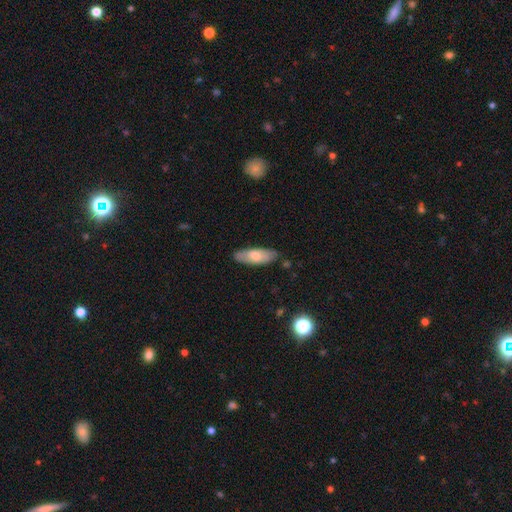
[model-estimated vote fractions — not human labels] This appears to be a smooth galaxy with no disk features (68%) that is in between round and cigar-shaped (66%). Merging: none (81%).